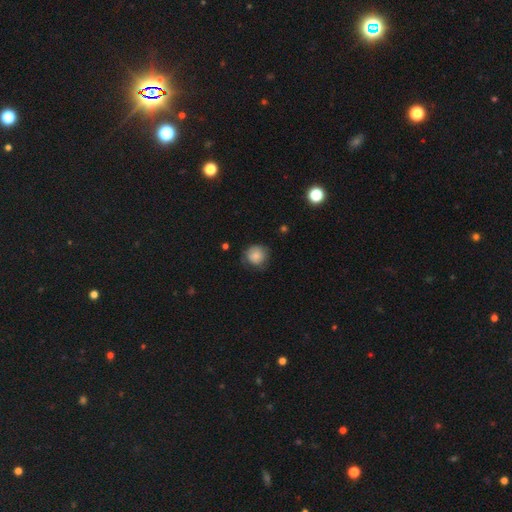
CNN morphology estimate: Overall: smooth (82%). How rounded: round (87%). Merging: none (69%).